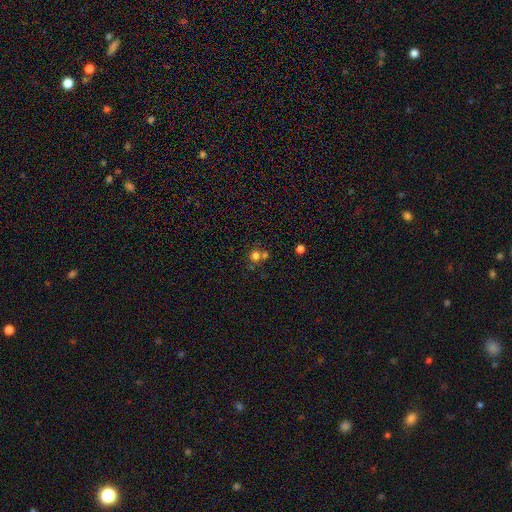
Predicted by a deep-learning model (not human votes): Overall: smooth (73%). How rounded: round (88%). Merging: none (53%; merger 36%).